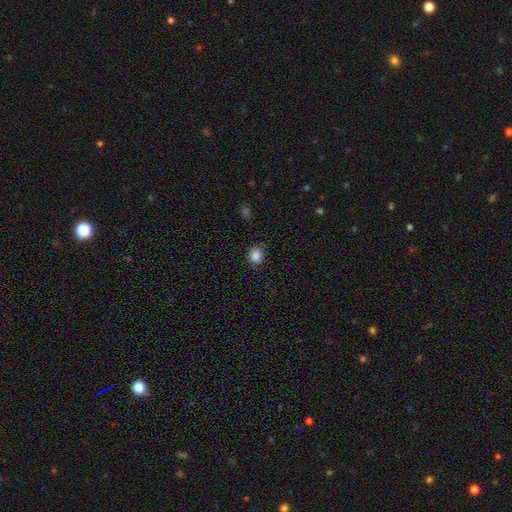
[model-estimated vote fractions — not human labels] Smooth or featured: smooth — 86% (star or artifact — 10%)
How rounded: round — 78% (in between — 22%)
Merging: none — 86% (minor disturbance — 10%)